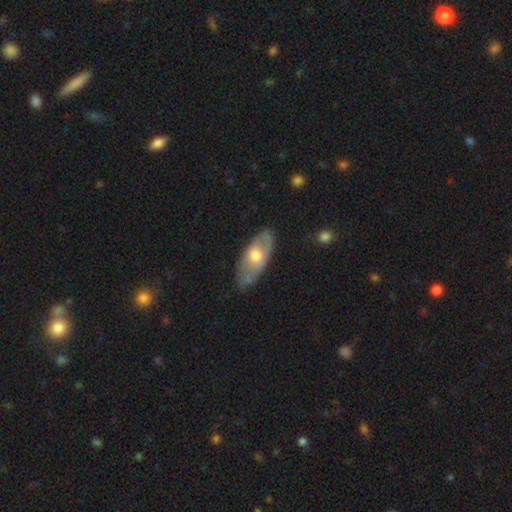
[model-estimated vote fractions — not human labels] Morphology: type=featured or disk (47%, tied with smooth); merging=none (67%).